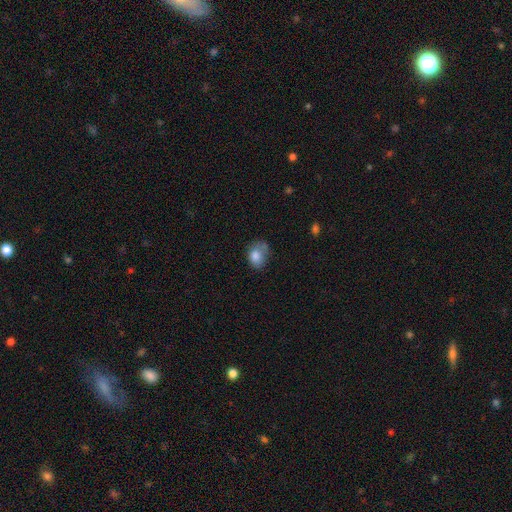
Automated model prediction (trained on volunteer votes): The model was most divided on "merging": none: 43%, minor disturbance: 31%, major disturbance: 15%, merger: 11%. More confident: smooth or featured — smooth (80%); how rounded — in between (61%).